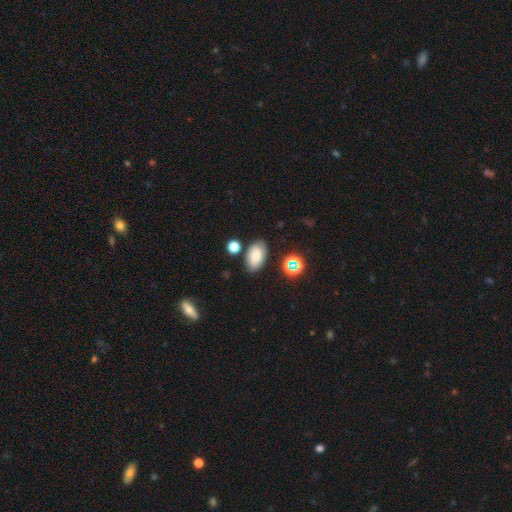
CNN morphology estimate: smooth_or_featured: smooth (p=0.71) [alt: featured or disk p=0.16]
how_rounded: in between (p=0.91) [alt: round p=0.08]
merging: none (p=0.76) [alt: minor disturbance p=0.15]